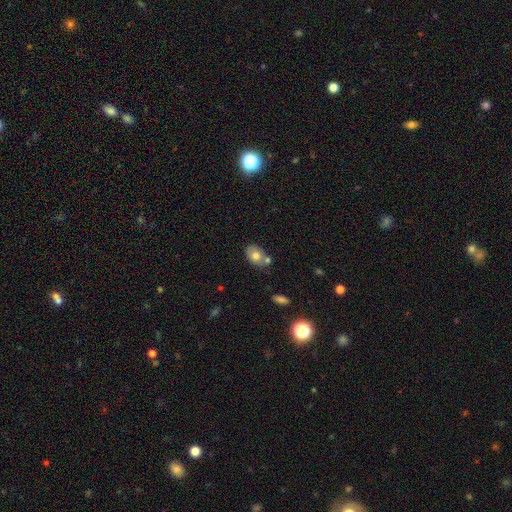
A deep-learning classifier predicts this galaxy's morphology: smooth_or_featured: smooth (p=0.70) [alt: featured or disk p=0.22]
how_rounded: in between (p=0.76) [alt: round p=0.22]
merging: none (p=0.57) [alt: merger p=0.22]